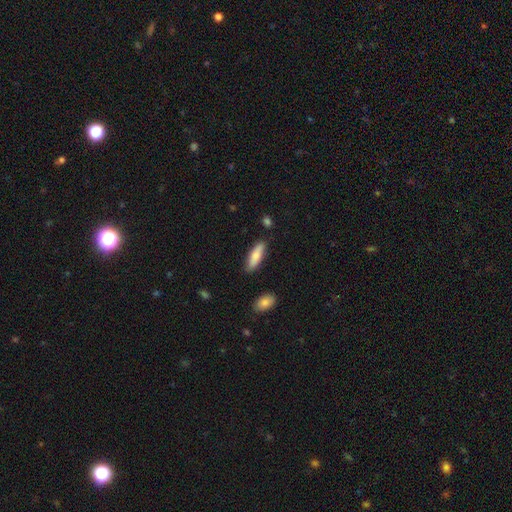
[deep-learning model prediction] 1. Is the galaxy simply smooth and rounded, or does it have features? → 77% smooth, 17% featured or disk, 6% star or artifact.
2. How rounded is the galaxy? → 53% cigar-shaped, 45% in between, 2% round.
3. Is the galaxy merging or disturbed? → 84% none, 11% minor disturbance, 2% merger, 2% major disturbance.